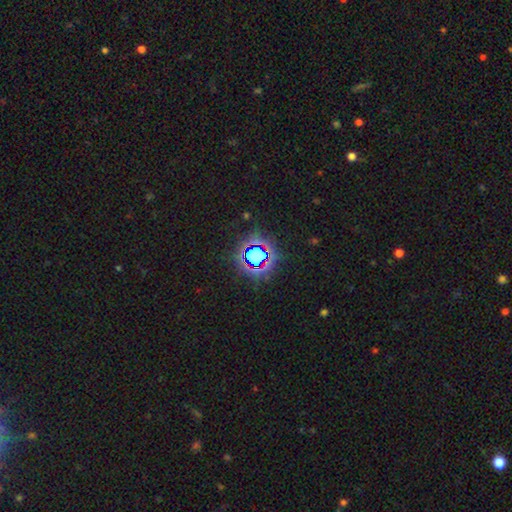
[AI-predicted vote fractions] The model was most divided on "smooth or featured": star or artifact: 70%, smooth: 20%, featured or disk: 10%.